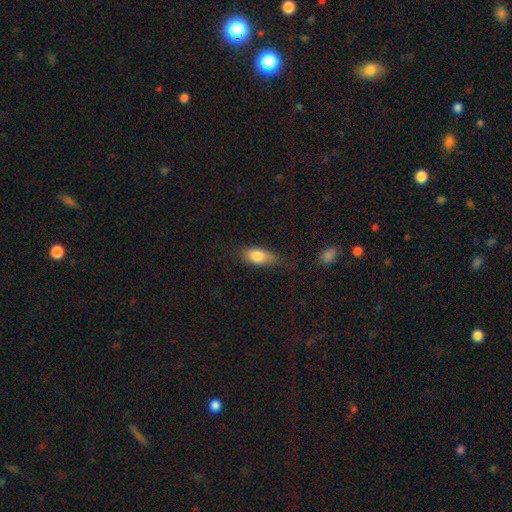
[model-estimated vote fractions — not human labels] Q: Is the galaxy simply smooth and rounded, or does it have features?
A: smooth — 80%.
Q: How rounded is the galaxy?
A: in between — 83%.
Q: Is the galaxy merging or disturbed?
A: none — 66%.